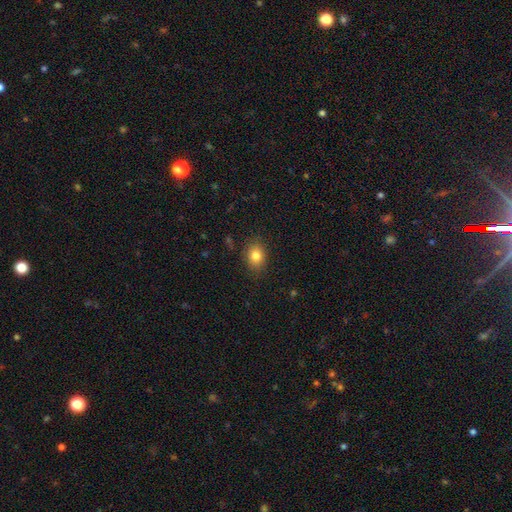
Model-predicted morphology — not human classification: This is clearly a smooth galaxy (82%). How rounded: likely in between (60%). Merging: clearly none (85%).